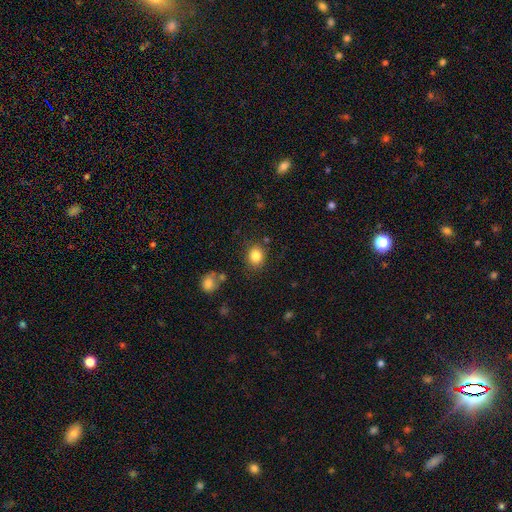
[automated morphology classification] A smooth galaxy with no disk features (84%) that is round (68%). Merging: none (82%).